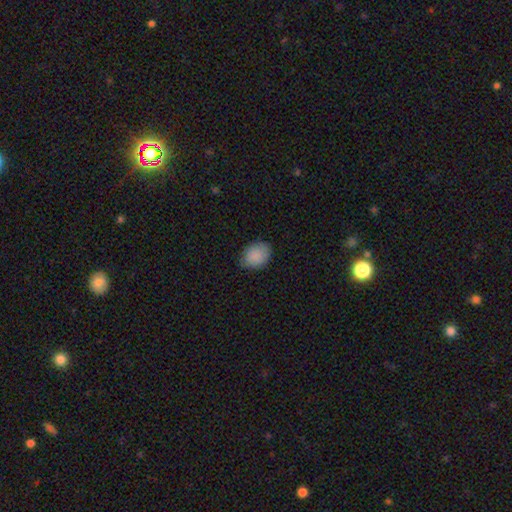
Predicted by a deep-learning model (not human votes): smooth_or_featured: smooth (p=0.89) [alt: star or artifact p=0.07]
how_rounded: in between (p=0.68) [alt: round p=0.31]
merging: none (p=0.76) [alt: minor disturbance p=0.20]